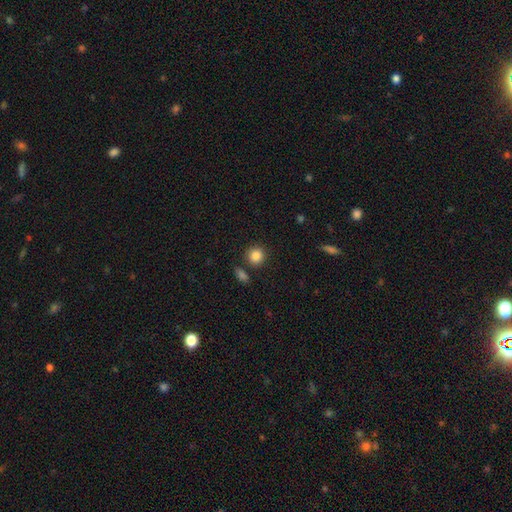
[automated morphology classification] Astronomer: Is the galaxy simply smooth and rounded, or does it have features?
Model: smooth — 86%.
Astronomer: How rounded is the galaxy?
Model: round — 88%.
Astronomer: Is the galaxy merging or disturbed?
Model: none — 81%.